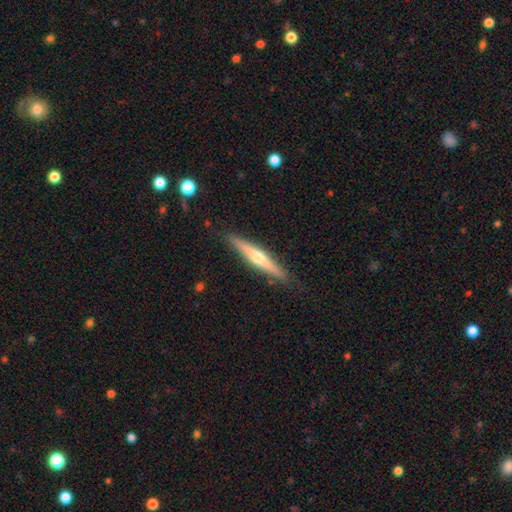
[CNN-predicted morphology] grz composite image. It shows a featured or disk galaxy (61%) viewed edge-on (96%) with a rounded central bulge (83%). Merging: none (88%).